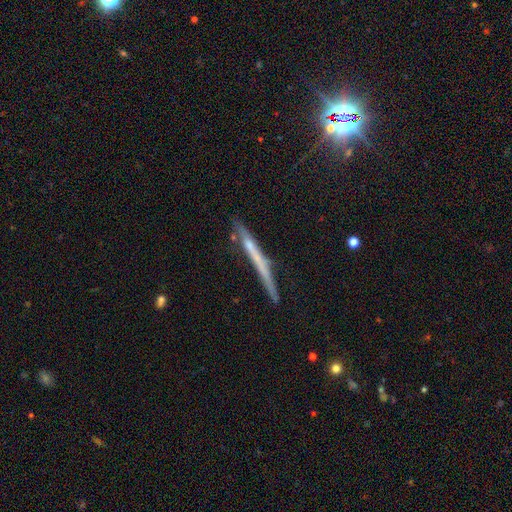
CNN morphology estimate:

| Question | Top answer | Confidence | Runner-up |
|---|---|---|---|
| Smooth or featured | featured or disk | 54% | smooth (36%) |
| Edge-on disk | yes | 95% | no (5%) |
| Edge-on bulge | none | 83% | rounded (11%) |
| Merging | none | 77% | minor disturbance (16%) |